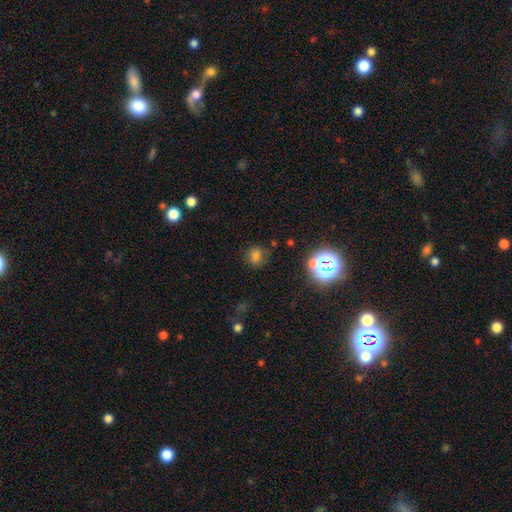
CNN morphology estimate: The model was most divided on "smooth or featured": smooth: 70%, star or artifact: 23%, featured or disk: 7%. More confident: merging — none (78%); how rounded — round (76%).